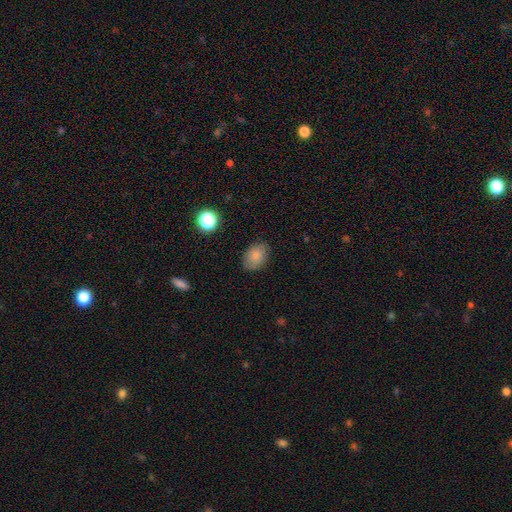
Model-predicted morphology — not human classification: Smooth or featured: smooth — 83% (star or artifact — 9%)
How rounded: in between — 79% (round — 20%)
Merging: none — 83% (minor disturbance — 12%)